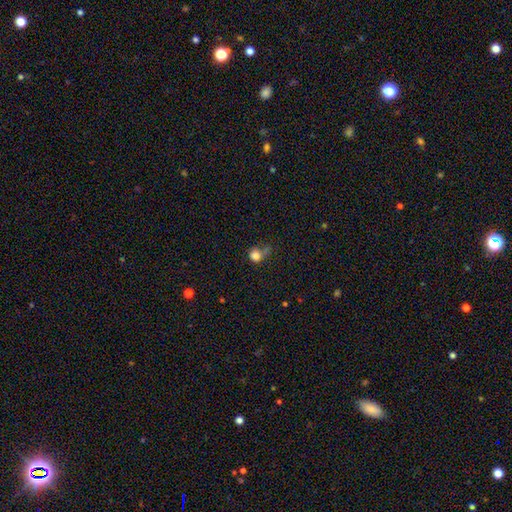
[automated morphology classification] Q: Smooth or featured?
A: smooth (80%); runner-up: star or artifact (13%)
Q: How rounded?
A: round (76%); runner-up: in between (23%)
Q: Merging?
A: none (41%); runner-up: minor disturbance (25%)